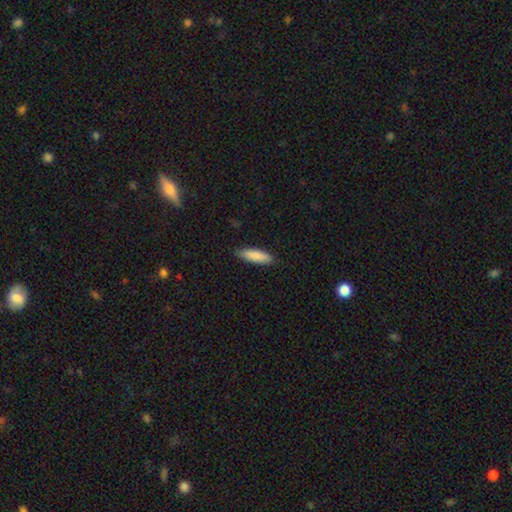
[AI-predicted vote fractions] Smooth or featured? Predicted: smooth (p=0.88). How rounded? Predicted: cigar-shaped (p=0.57). Merging? Predicted: none (p=0.86).